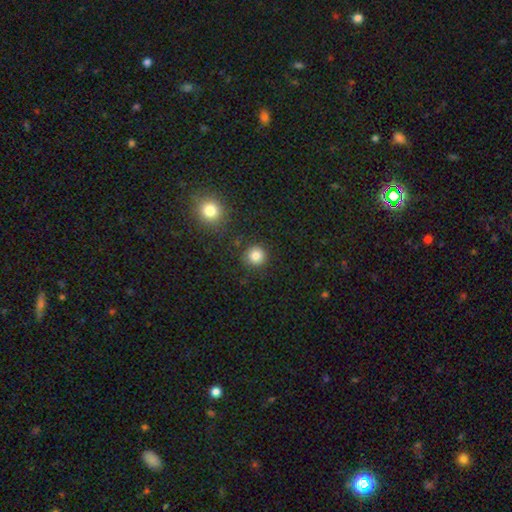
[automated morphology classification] Smooth or featured?
  - smooth: 84% *
  - star or artifact: 12%
  - featured or disk: 4%
How rounded?
  - round: 93% *
  - in between: 6%
  - cigar-shaped: 1%
Merging?
  - none: 87% *
  - minor disturbance: 7%
  - major disturbance: 3%
  - merger: 3%